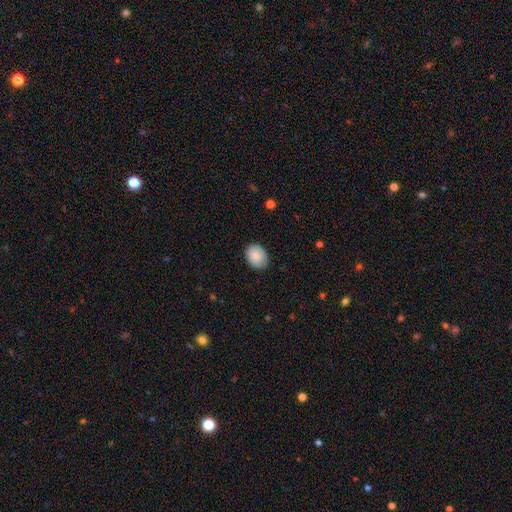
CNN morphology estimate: type=smooth (86%); roundness=in between (56%); merging=none (79%).